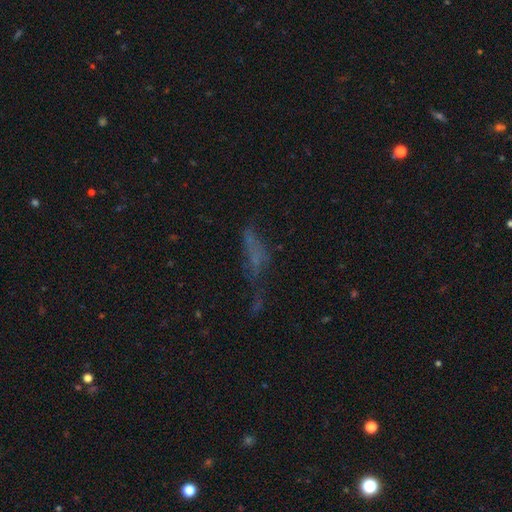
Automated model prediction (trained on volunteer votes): smooth 43%, featured or disk 31%, star or artifact 27%. Down the decision tree: merging — major disturbance (35%).